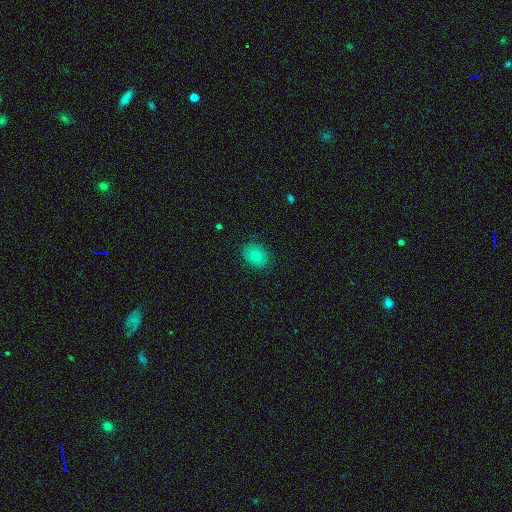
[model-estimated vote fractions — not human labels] The model was most divided on "how rounded": round: 51%, in between: 48%, cigar-shaped: 1%. More confident: merging — none (85%); smooth or featured — smooth (71%).